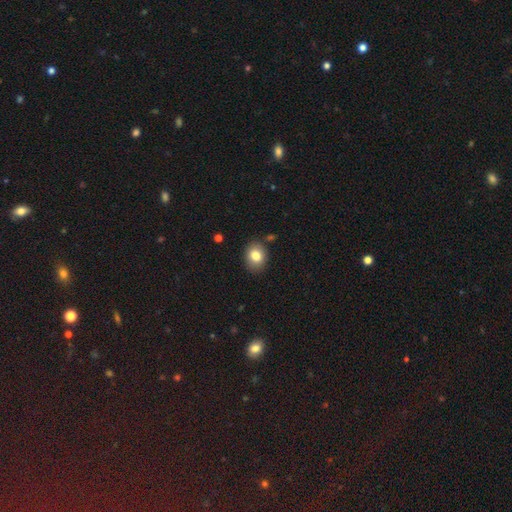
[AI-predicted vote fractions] Q: Smooth or featured?
A: smooth (82%); runner-up: featured or disk (9%)
Q: How rounded?
A: in between (54%); runner-up: round (45%)
Q: Merging?
A: none (84%); runner-up: minor disturbance (11%)